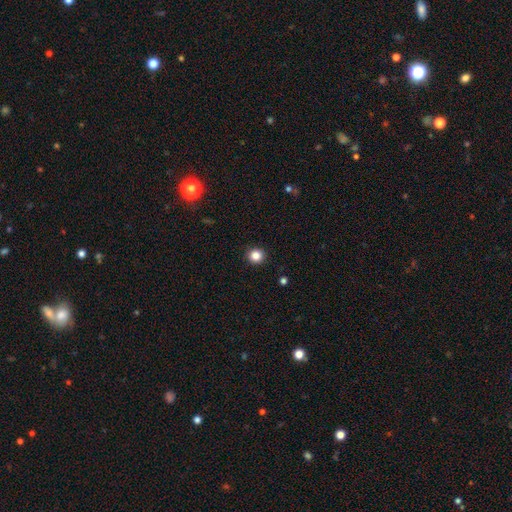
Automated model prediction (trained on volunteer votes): A smooth galaxy with no disk features (85%) that is round (94%).

Vote fractions:
- Smooth or featured? smooth: 85% / star or artifact: 11% / featured or disk: 4%
- How rounded? round: 94% / in between: 6% / cigar-shaped: 1%
- Merging? none: 93% / minor disturbance: 5% / major disturbance: 2% / merger: 1%